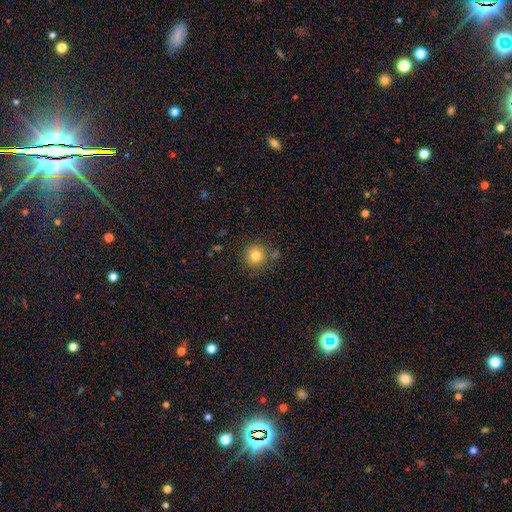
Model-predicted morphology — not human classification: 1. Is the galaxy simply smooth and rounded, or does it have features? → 79% smooth, 12% star or artifact, 9% featured or disk.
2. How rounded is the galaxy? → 93% round, 6% in between, 1% cigar-shaped.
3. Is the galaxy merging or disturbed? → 78% none, 13% minor disturbance, 5% merger, 4% major disturbance.